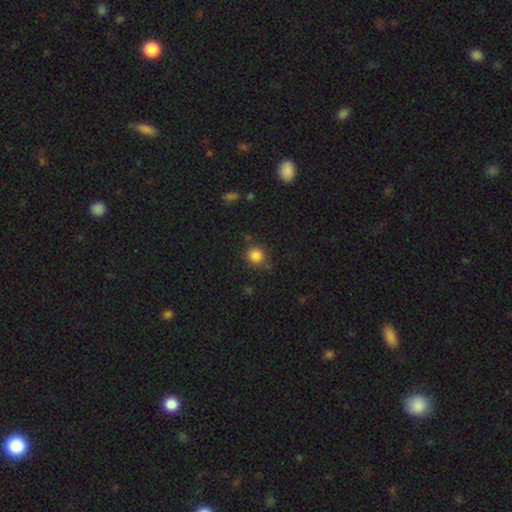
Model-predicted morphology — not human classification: A smooth galaxy with no disk features (85%) that is round (90%). Merging: none (81%).